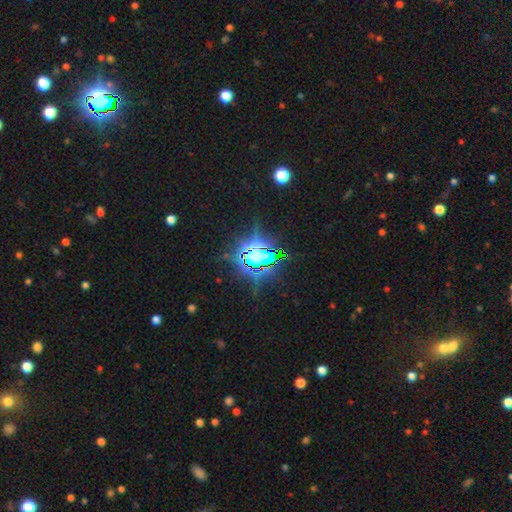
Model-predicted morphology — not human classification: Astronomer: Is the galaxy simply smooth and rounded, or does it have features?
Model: star or artifact — 76%.